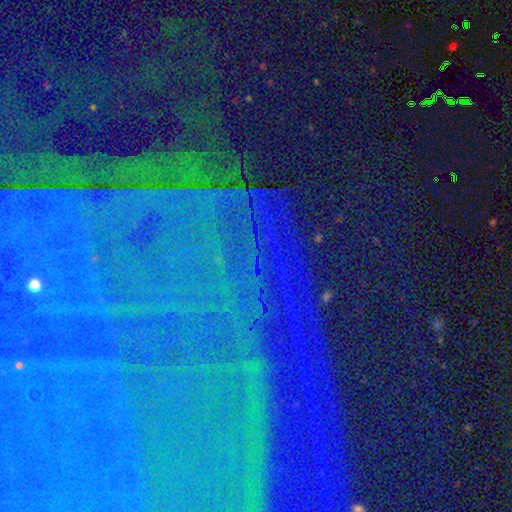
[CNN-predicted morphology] Smooth or featured? Predicted: star or artifact (p=0.85).